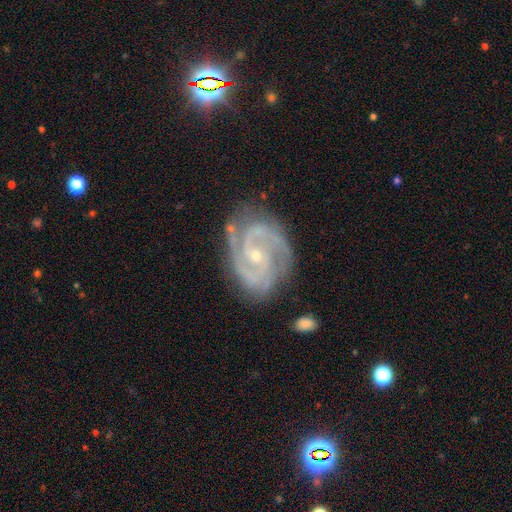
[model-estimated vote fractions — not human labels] Morphology: type=featured or disk (92%); edge-on=no (98%); bar=no (59%); spiral arms=yes (98%); winding=tight (53%); arm count=2 (55%); bulge=small (72%); merging=none (73%).